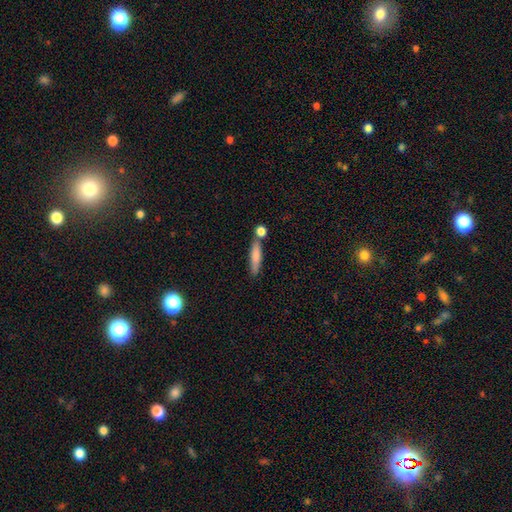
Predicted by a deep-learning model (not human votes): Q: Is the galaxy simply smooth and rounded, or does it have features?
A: smooth — 75%.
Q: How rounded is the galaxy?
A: cigar-shaped — 79%.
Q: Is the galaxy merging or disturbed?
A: none — 63%.